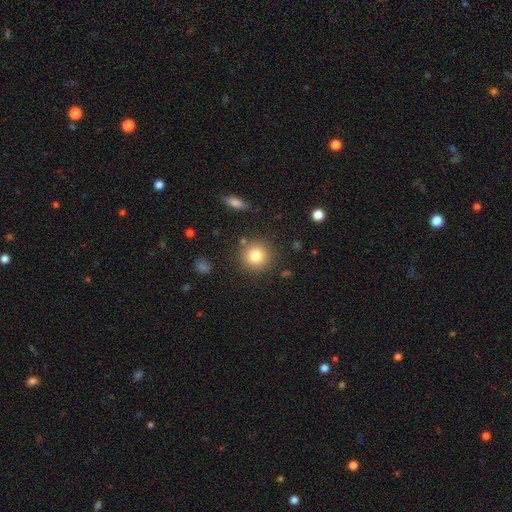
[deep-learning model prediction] Smooth or featured: smooth — 81% (star or artifact — 11%)
How rounded: round — 93% (in between — 6%)
Merging: none — 85% (minor disturbance — 8%)